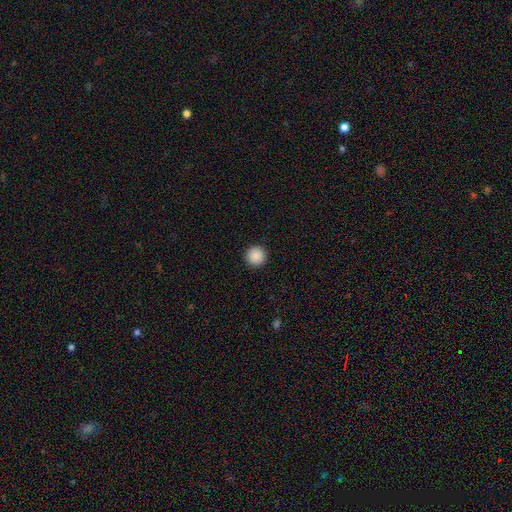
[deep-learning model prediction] Overall: smooth (88%). How rounded: round (96%). Merging: none (93%).